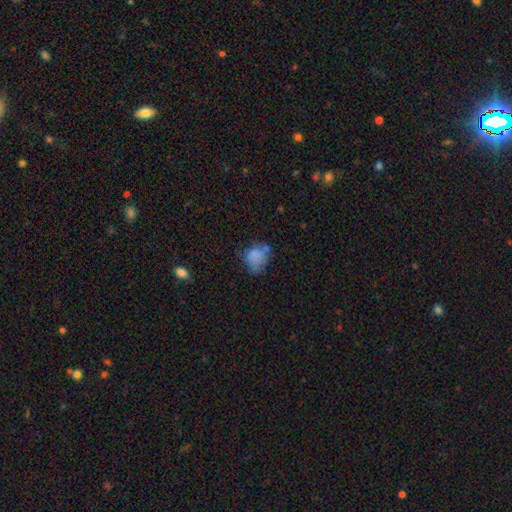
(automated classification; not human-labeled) Smooth or featured?
  - smooth: 68% *
  - featured or disk: 20%
  - star or artifact: 11%
How rounded?
  - round: 52% *
  - in between: 47%
  - cigar-shaped: 1%
Merging?
  - none: 41% *
  - minor disturbance: 30%
  - major disturbance: 19%
  - merger: 11%